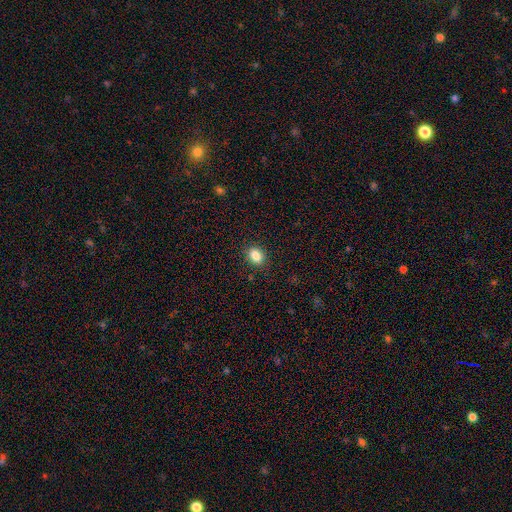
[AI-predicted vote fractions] Smooth or featured? Predicted: smooth (p=0.85). How rounded? Predicted: in between (p=0.69). Merging? Predicted: none (p=0.87).